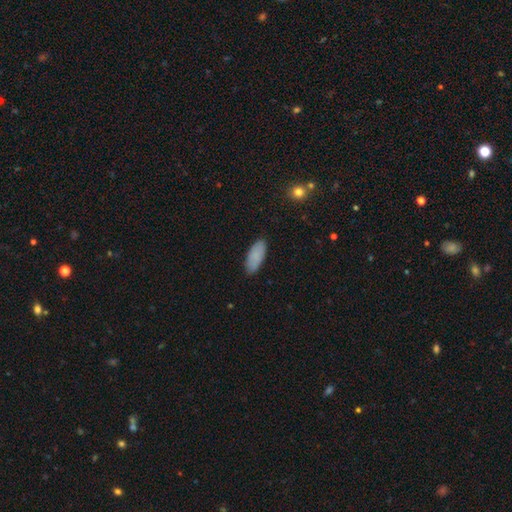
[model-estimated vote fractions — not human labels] Overall: smooth (86%). How rounded: in between (84%). Merging: none (86%).